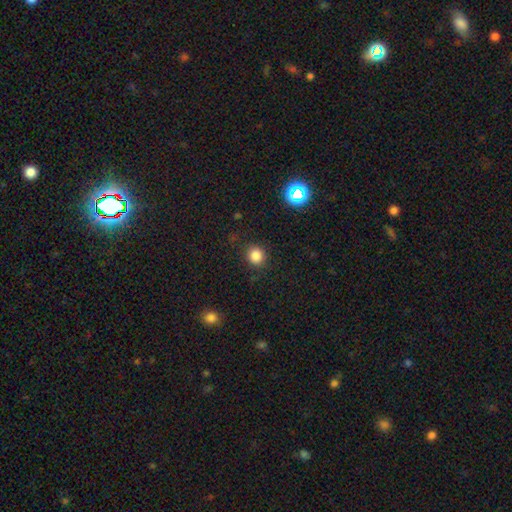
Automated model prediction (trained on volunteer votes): Smooth or featured? smooth (83%)
How rounded? round (86%)
Merging? none (87%)